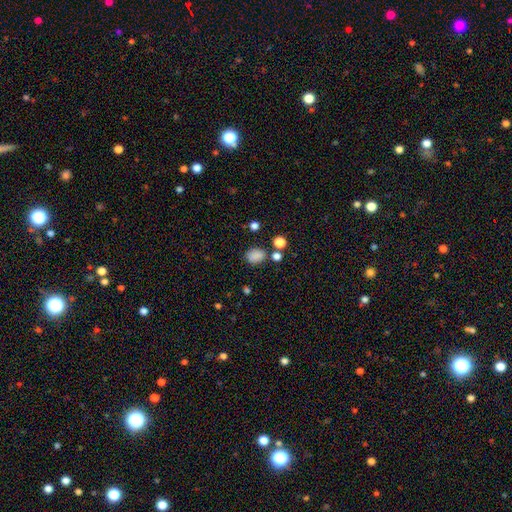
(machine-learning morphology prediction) Smooth or featured: smooth — 83% (star or artifact — 13%)
How rounded: in between — 67% (round — 32%)
Merging: none — 74% (minor disturbance — 14%)